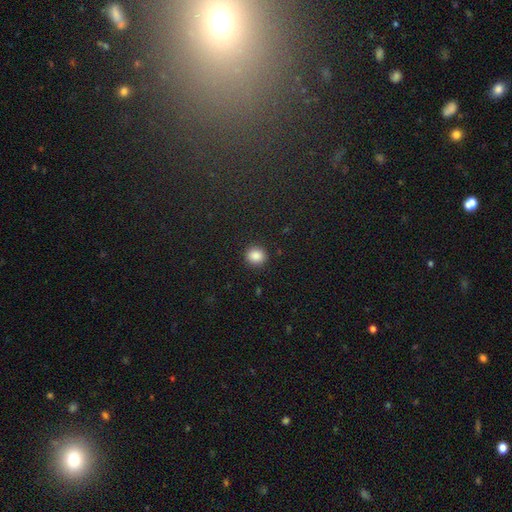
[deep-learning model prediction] A smooth galaxy with no disk features (87%) that is round (82%). Merging: none (91%).